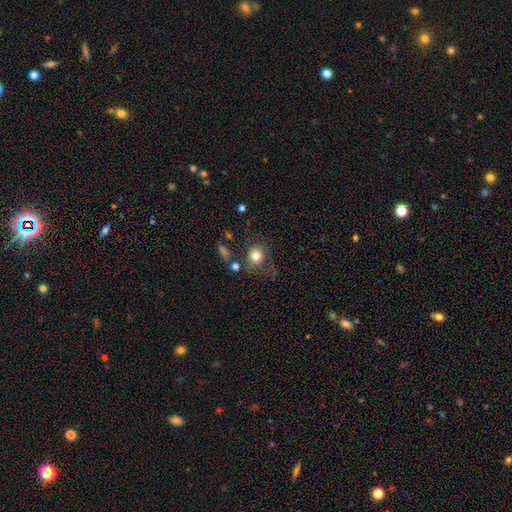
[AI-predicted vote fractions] smooth-or-featured: smooth: 80% | star or artifact: 11% | featured or disk: 10%
  how-rounded: round: 73% | in between: 26% | cigar-shaped: 1%
  merging: none: 61% | minor disturbance: 20% | major disturbance: 12% | merger: 7%